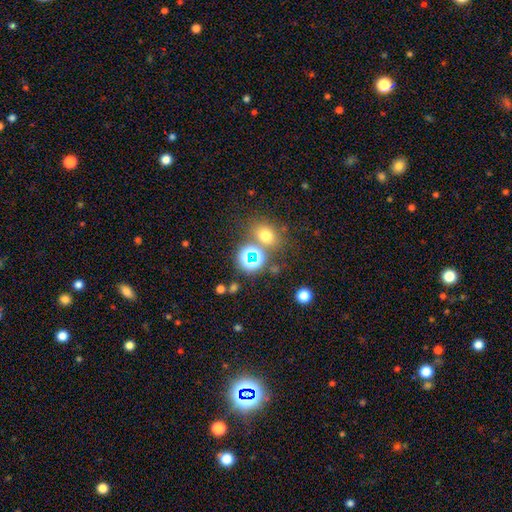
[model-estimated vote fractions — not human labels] Morphology: type=star or artifact (70%).